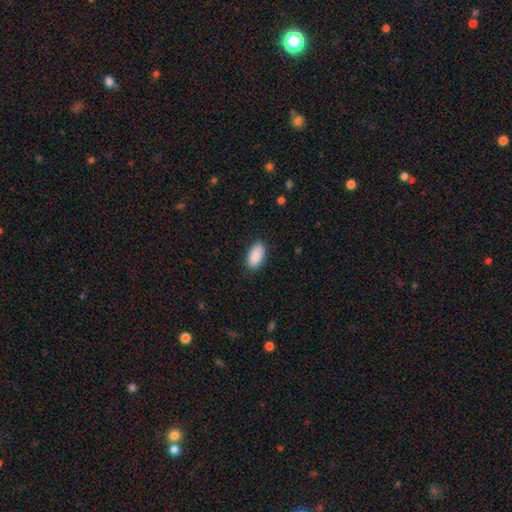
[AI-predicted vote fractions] Q: Smooth or featured?
A: smooth (90%); runner-up: star or artifact (6%)
Q: How rounded?
A: in between (94%); runner-up: cigar-shaped (3%)
Q: Merging?
A: none (86%); runner-up: minor disturbance (11%)